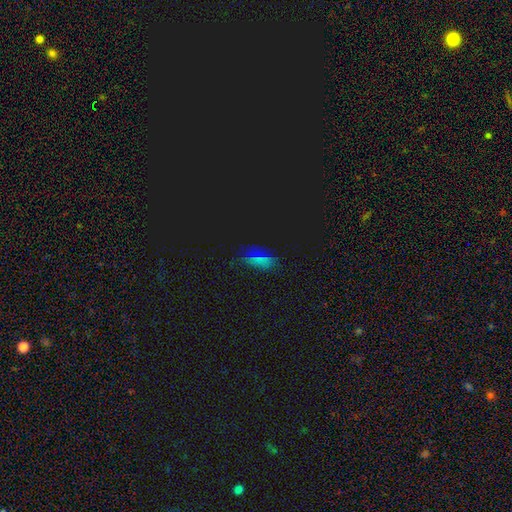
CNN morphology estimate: Smooth or featured?
  - star or artifact: 48% *
  - smooth: 40%
  - featured or disk: 12%